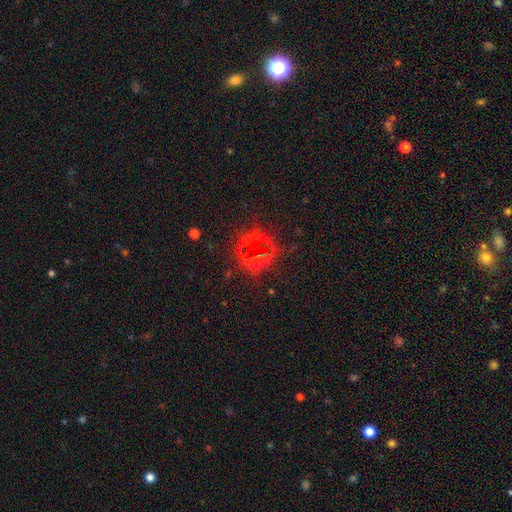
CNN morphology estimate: Smooth or featured? Predicted: star or artifact (p=0.75).